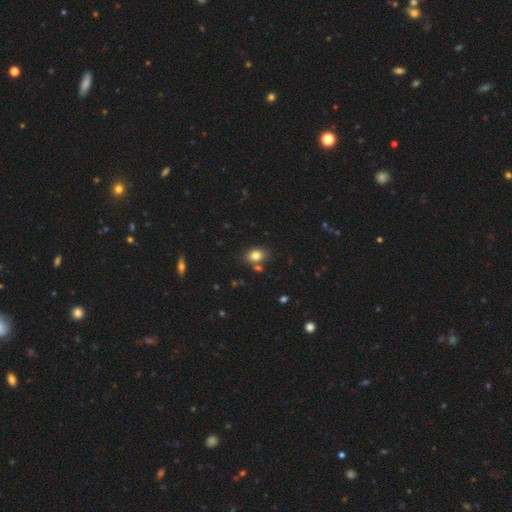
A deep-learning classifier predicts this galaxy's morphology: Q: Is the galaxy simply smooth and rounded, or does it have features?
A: smooth — 81%.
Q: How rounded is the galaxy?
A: in between — 65%.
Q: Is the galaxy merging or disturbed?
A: none — 74%.